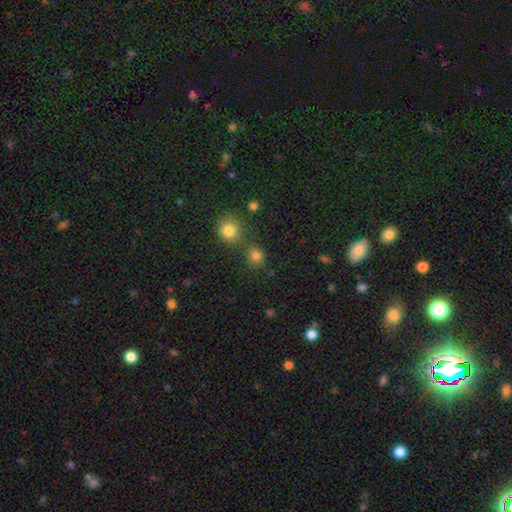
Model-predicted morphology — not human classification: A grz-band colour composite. It shows a smooth galaxy with no disk features (78%) that is round (81%). Merging: none (67%).